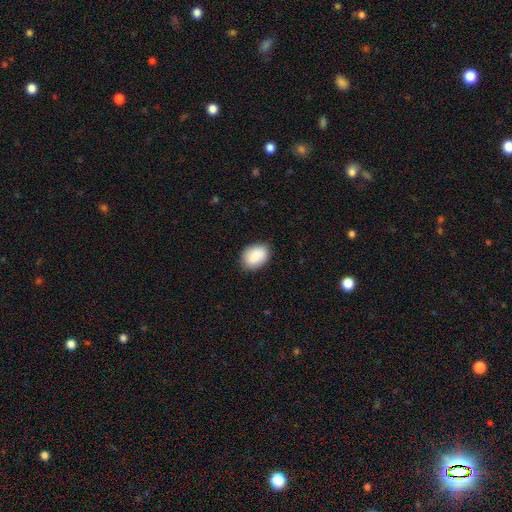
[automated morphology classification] A smooth galaxy with no disk features (88%) that is in between round and cigar-shaped (78%). Merging: none (83%).